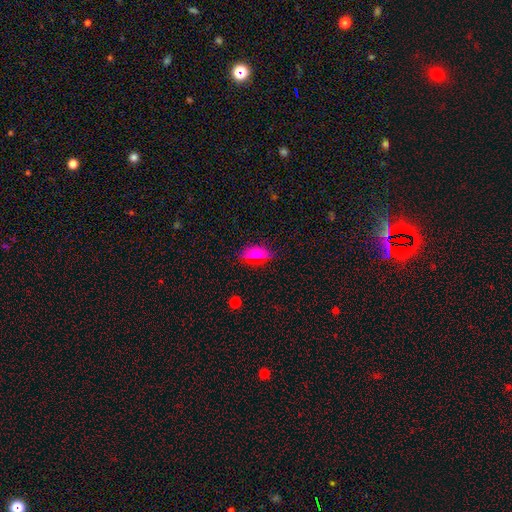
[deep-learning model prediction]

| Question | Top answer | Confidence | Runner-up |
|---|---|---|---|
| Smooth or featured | smooth | 70% | star or artifact (15%) |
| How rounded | in between | 85% | cigar-shaped (8%) |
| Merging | none | 85% | minor disturbance (11%) |